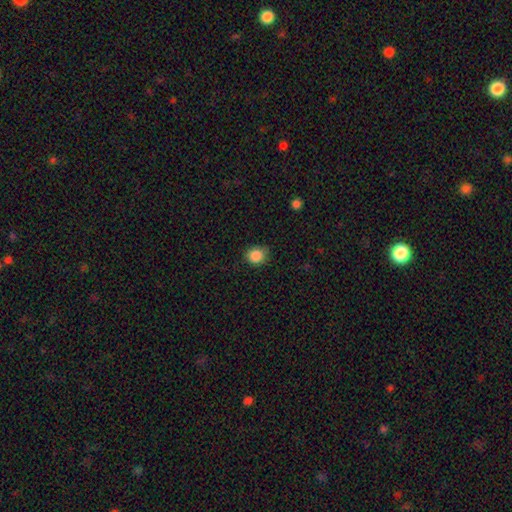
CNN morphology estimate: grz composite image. It shows a smooth galaxy with no disk features (87%) that is round (82%). Merging: none (77%).